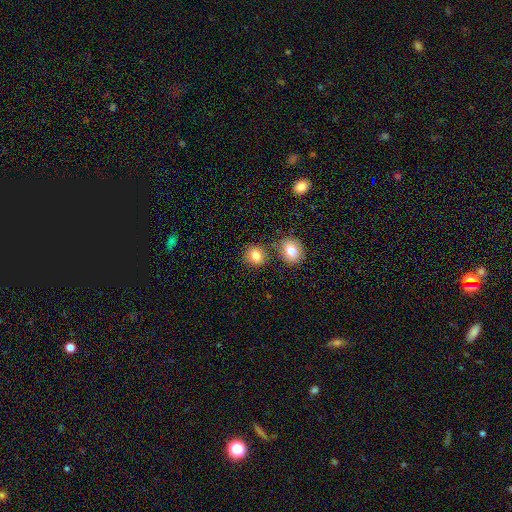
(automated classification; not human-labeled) Morphology: type=smooth (81%); roundness=round (79%); merging=none (73%).